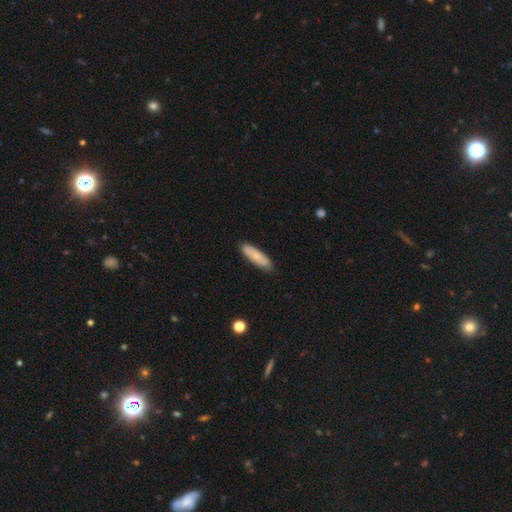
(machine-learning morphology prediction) A smooth galaxy with no disk features (77%) that is cigar-shaped (69%). Merging: none (87%).